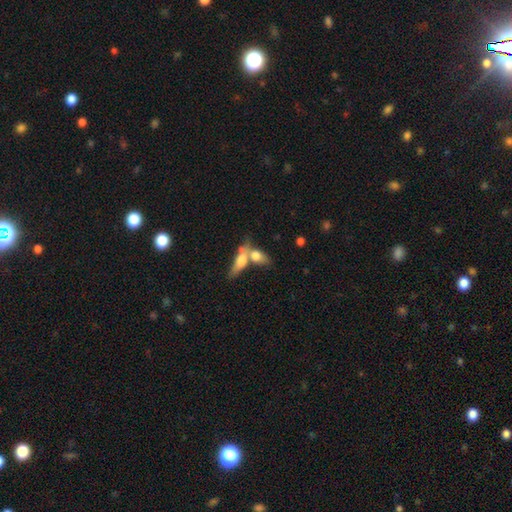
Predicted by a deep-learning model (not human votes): This appears to be a smooth galaxy with no disk features (67%) that is in between round and cigar-shaped (72%). Merging: merger (65%).